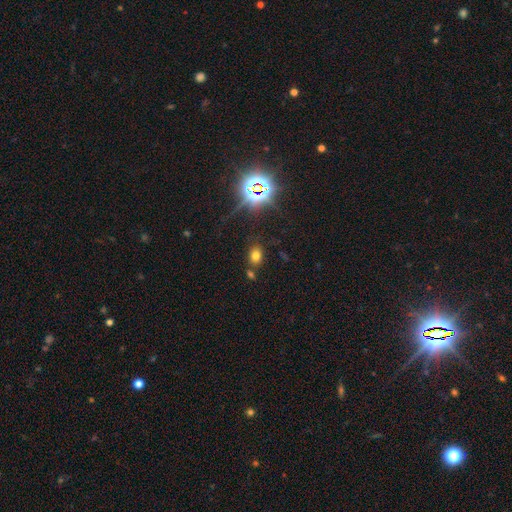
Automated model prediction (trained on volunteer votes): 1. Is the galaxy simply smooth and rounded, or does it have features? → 65% smooth, 26% star or artifact, 9% featured or disk.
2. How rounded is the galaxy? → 62% in between, 36% round, 2% cigar-shaped.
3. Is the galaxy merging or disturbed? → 76% none, 11% minor disturbance, 9% merger, 4% major disturbance.